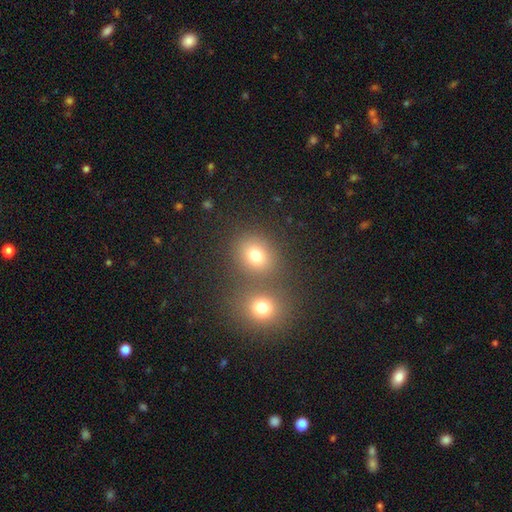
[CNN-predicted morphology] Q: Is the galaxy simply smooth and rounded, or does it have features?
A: smooth — 76%.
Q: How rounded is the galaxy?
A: round — 71%.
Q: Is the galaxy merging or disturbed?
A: none — 59%.